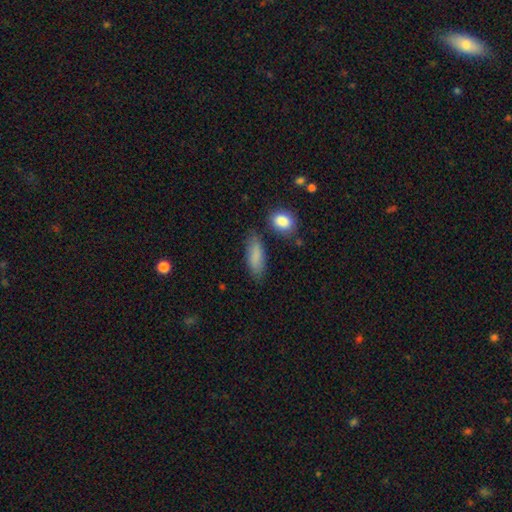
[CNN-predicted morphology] smooth 85%, featured or disk 8%, star or artifact 7%. Down the decision tree: how rounded — in between (67%); merging — none (75%).